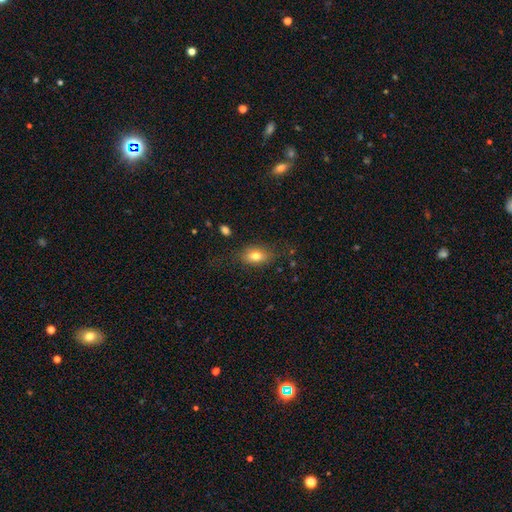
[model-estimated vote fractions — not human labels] This appears to be a smooth galaxy with no disk features (76%) that is in between round and cigar-shaped (82%). Merging: none (74%).